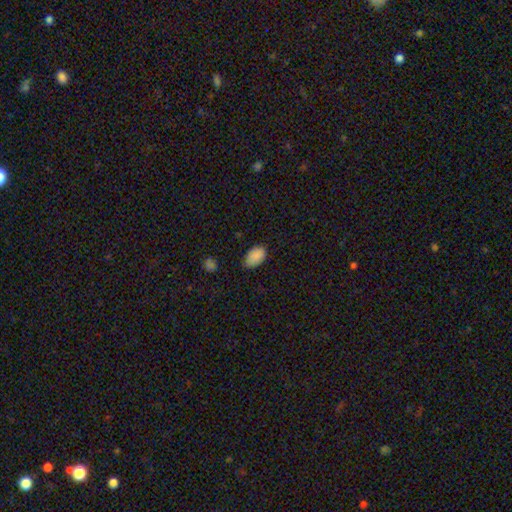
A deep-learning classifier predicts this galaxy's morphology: Smooth or featured? Predicted: smooth (p=0.88). How rounded? Predicted: in between (p=0.91). Merging? Predicted: none (p=0.67).